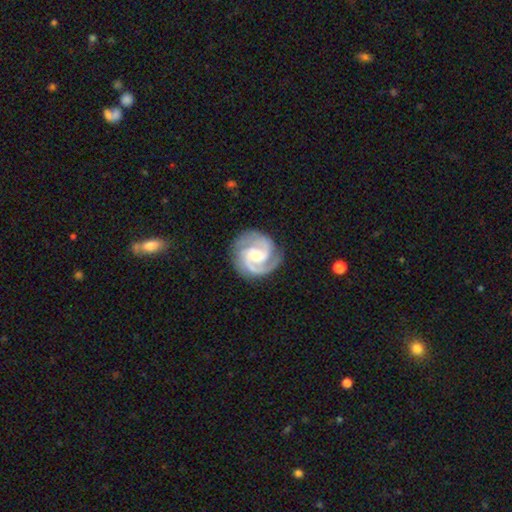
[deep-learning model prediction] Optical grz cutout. It shows a featured or disk galaxy (91%) with no bar (45%), 2 (58%) tight (54%) spiral arms (98%) and a moderate central bulge (48%). Merging: none (83%).